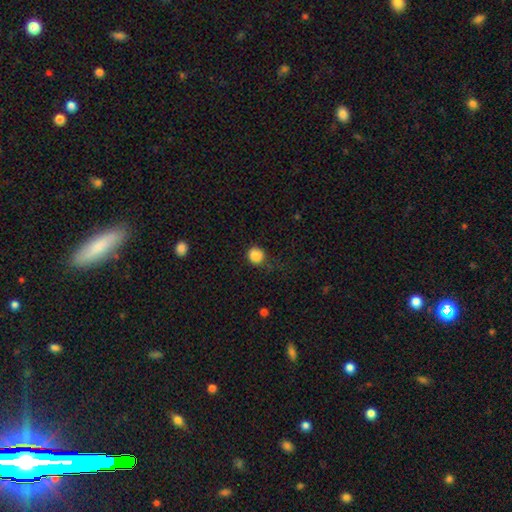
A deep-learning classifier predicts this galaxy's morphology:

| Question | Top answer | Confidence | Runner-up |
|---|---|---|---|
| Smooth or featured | smooth | 86% | star or artifact (10%) |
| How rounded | round | 82% | in between (17%) |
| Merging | none | 67% | minor disturbance (23%) |